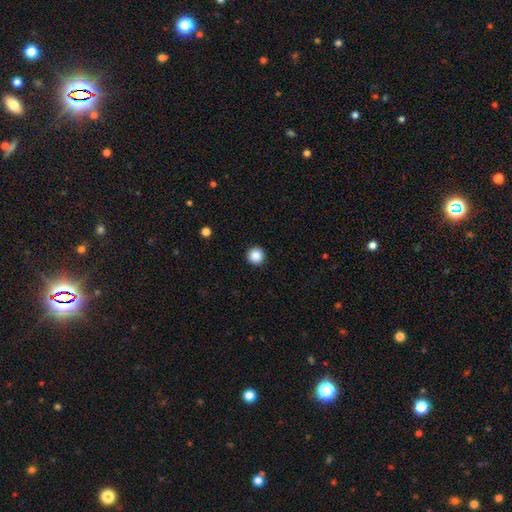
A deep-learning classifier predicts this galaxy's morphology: smooth-or-featured: smooth: 86% | star or artifact: 10% | featured or disk: 4%
  how-rounded: round: 96% | in between: 3% | cigar-shaped: 1%
  merging: none: 94% | minor disturbance: 4% | major disturbance: 1% | merger: 1%